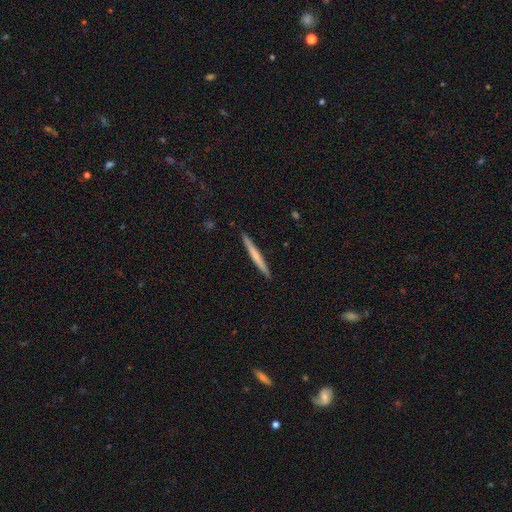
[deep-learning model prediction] Smooth or featured? smooth (55%)
How rounded? cigar-shaped (97%)
Merging? none (92%)